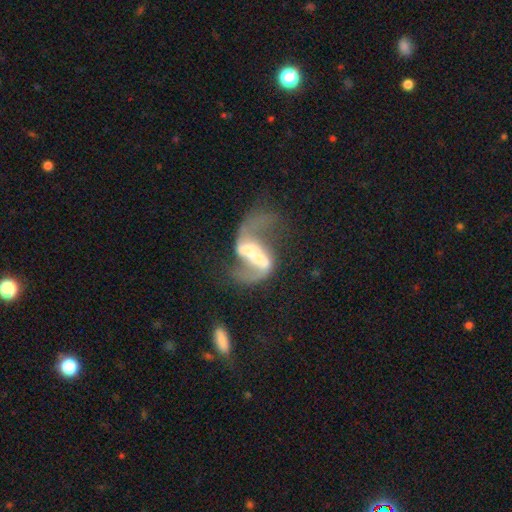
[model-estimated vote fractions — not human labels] smooth-or-featured: featured or disk: 85% | smooth: 8% | star or artifact: 7%
  disk-edge-on: no: 97% | yes: 3%
    bar: weak: 39% | strong: 36% | no: 25%
    has-spiral-arms: yes: 91% | no: 9%
      spiral-winding: loose: 77% | medium: 19% | tight: 4%
      spiral-arm-count: 2: 87% | 1: 7% | can't tell: 3% | 3: 1% | 4: 1% | more than 4: 1%
    bulge-size: moderate: 43% | small: 32% | large: 12% | none: 10% | dominant: 2%
  merging: merger: 34% | none: 32% | major disturbance: 22% | minor disturbance: 12%